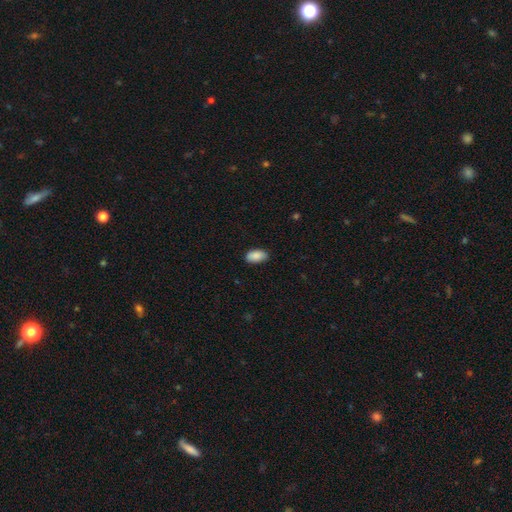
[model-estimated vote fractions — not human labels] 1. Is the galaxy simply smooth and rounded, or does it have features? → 89% smooth, 7% star or artifact, 4% featured or disk.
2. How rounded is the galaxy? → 94% in between, 4% round, 2% cigar-shaped.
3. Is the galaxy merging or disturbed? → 84% none, 13% minor disturbance, 2% major disturbance, 1% merger.